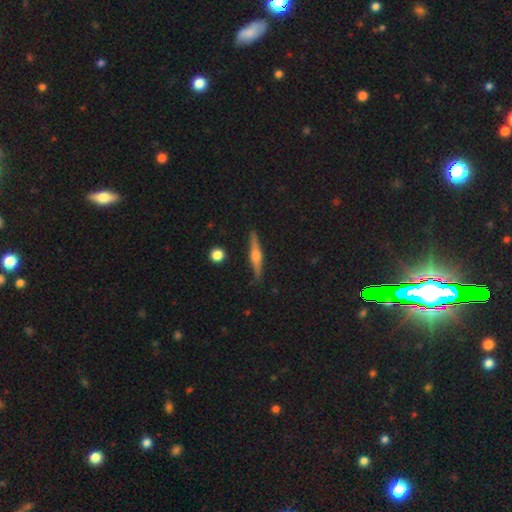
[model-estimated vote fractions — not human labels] A featured or disk galaxy (73%) viewed edge-on (98%) with a rounded central bulge (87%).

Vote fractions:
- Smooth or featured? featured or disk: 73% / smooth: 21% / star or artifact: 6%
- Edge-on disk? yes: 98% / no: 2%
- Edge-on bulge? rounded: 87% / boxy: 9% / none: 4%
- Merging? none: 90% / minor disturbance: 7% / merger: 1% / major disturbance: 1%